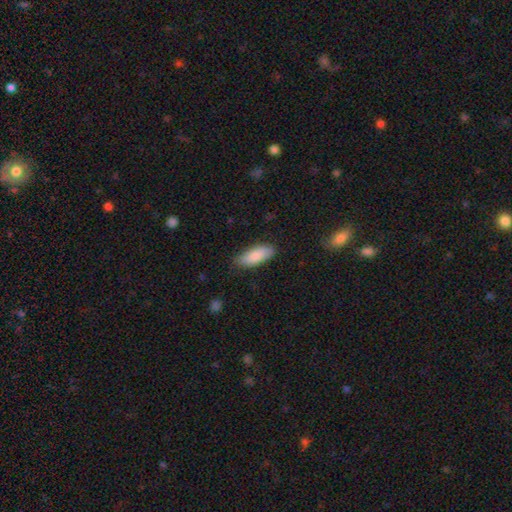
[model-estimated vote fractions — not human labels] This is clearly a smooth galaxy (86%). How rounded: likely in between (78%). Merging: likely none (79%).